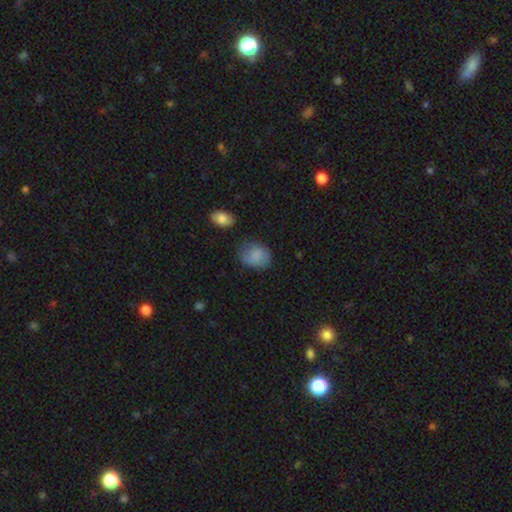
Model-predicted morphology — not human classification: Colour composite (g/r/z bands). It shows a smooth galaxy with no disk features (80%) that is in between round and cigar-shaped (53%). Merging: none (66%).